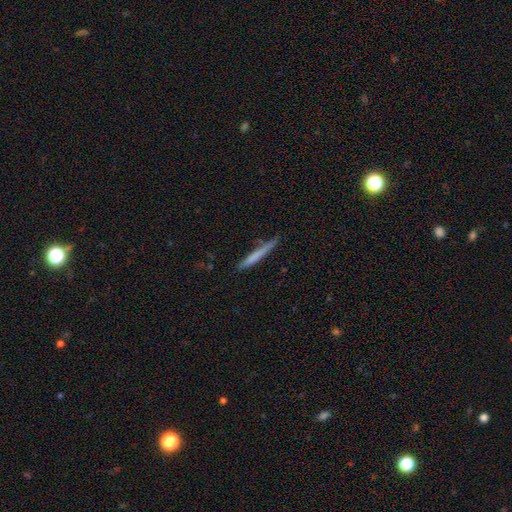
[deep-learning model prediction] smooth-or-featured: smooth: 67% | featured or disk: 27% | star or artifact: 6%
  how-rounded: cigar-shaped: 96% | in between: 2% | round: 1%
  merging: none: 81% | minor disturbance: 14% | major disturbance: 3% | merger: 2%